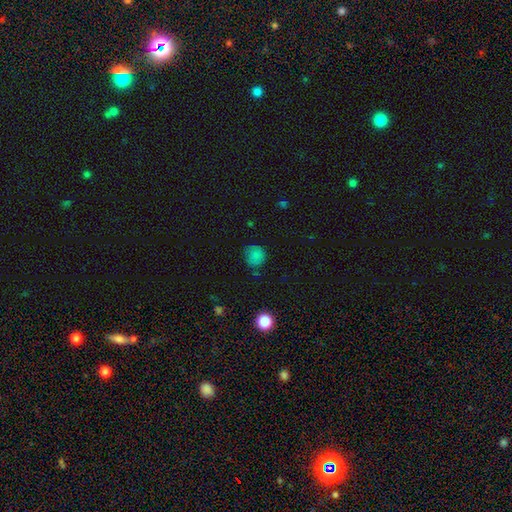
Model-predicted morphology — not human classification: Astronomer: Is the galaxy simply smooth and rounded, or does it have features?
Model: smooth — 78%.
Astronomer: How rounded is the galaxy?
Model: round — 87%.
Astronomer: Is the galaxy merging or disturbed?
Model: none — 70%.